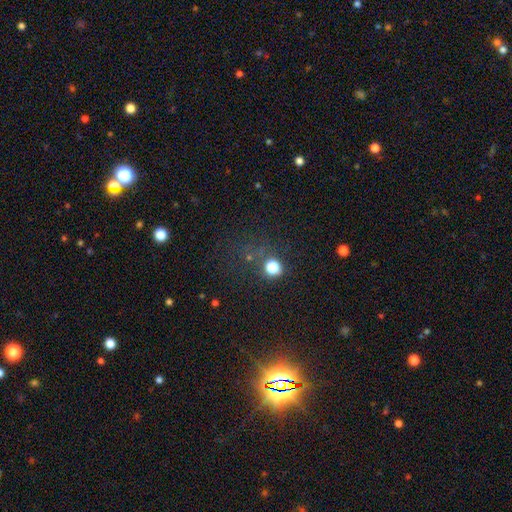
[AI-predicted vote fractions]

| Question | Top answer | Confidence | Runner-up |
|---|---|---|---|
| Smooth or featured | star or artifact | 65% | smooth (28%) |